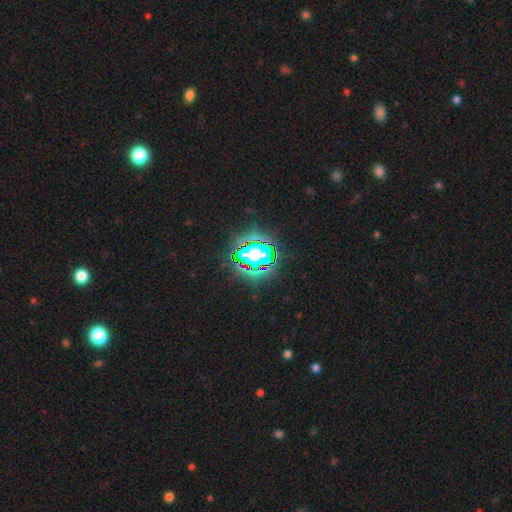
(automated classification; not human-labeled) Smooth or featured? Predicted: star or artifact (p=0.77).